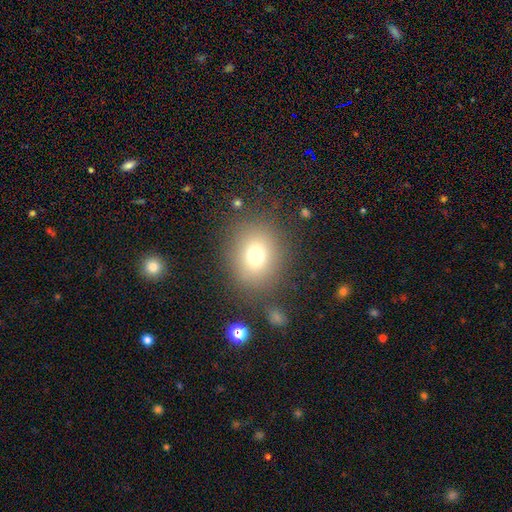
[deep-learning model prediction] Q: Smooth or featured?
A: smooth (74%); runner-up: star or artifact (14%)
Q: How rounded?
A: round (65%); runner-up: in between (34%)
Q: Merging?
A: none (79%); runner-up: minor disturbance (11%)